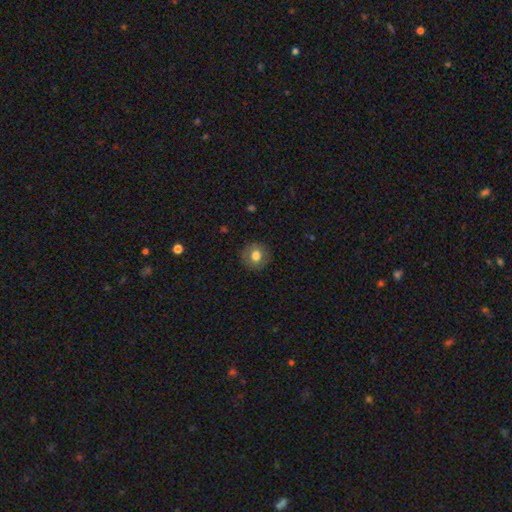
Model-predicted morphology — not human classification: The model was most divided on "smooth or featured": smooth: 77%, featured or disk: 14%, star or artifact: 9%. More confident: how rounded — round (91%); merging — none (89%).